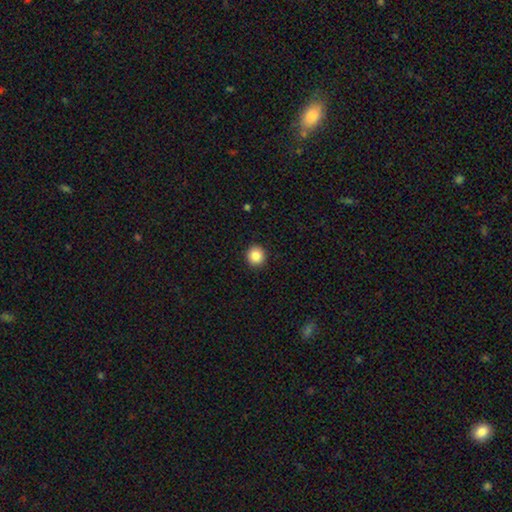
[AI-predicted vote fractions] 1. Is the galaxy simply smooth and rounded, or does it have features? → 86% smooth, 10% star or artifact, 4% featured or disk.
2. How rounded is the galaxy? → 93% round, 6% in between, 1% cigar-shaped.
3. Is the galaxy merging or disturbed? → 92% none, 5% minor disturbance, 2% major disturbance, 1% merger.